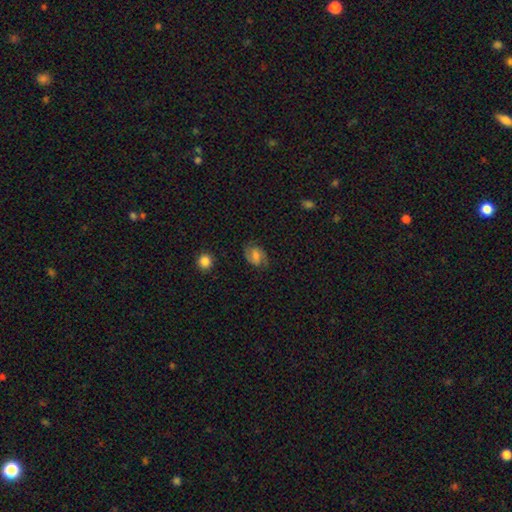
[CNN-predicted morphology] A featured or disk galaxy (56%) with a weak bar (51%), spiral arms (91%) and a moderate central bulge (44%). Merging: none (76%).